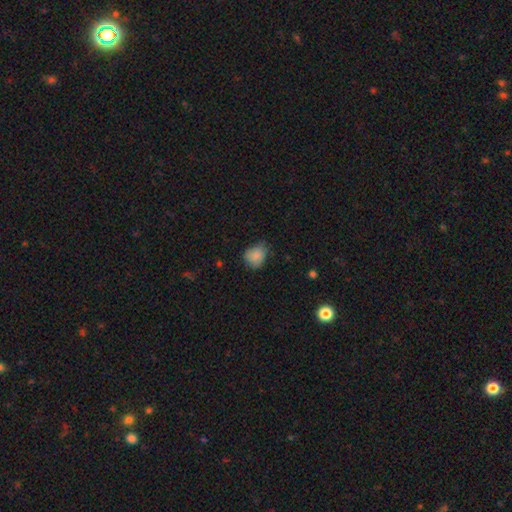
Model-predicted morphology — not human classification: Overall: smooth (84%). How rounded: round (57%; in between 42%). Merging: none (58%; minor disturbance 34%).